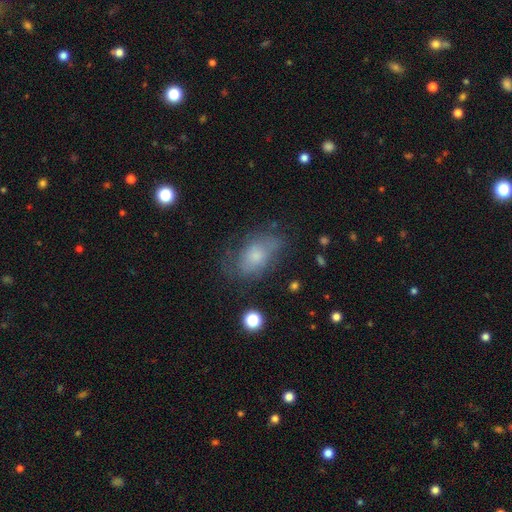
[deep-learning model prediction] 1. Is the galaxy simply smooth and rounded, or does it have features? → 58% smooth, 32% featured or disk, 10% star or artifact.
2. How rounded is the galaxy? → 86% in between, 12% round, 2% cigar-shaped.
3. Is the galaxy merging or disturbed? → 54% none, 26% minor disturbance, 18% major disturbance, 3% merger.